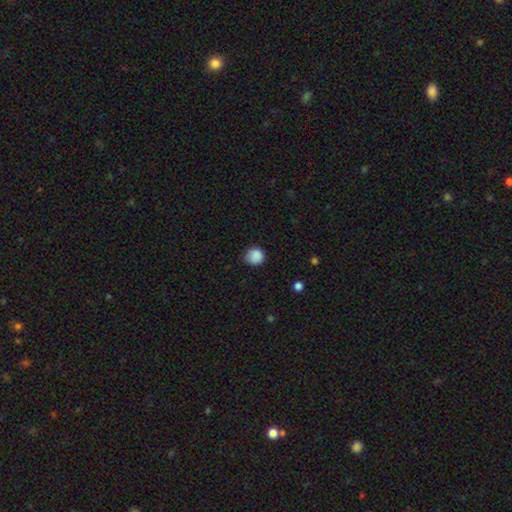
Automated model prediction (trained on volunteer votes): smooth_or_featured: smooth (p=0.87) [alt: star or artifact p=0.09]
how_rounded: round (p=0.88) [alt: in between p=0.11]
merging: none (p=0.76) [alt: minor disturbance p=0.19]